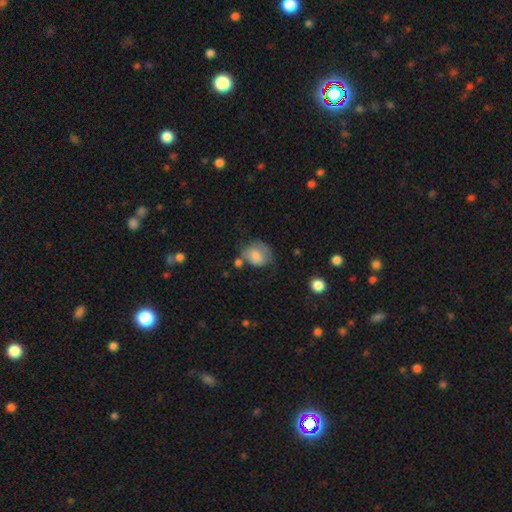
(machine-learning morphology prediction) Smooth or featured? smooth (73%)
How rounded? round (60%)
Merging? none (39%)